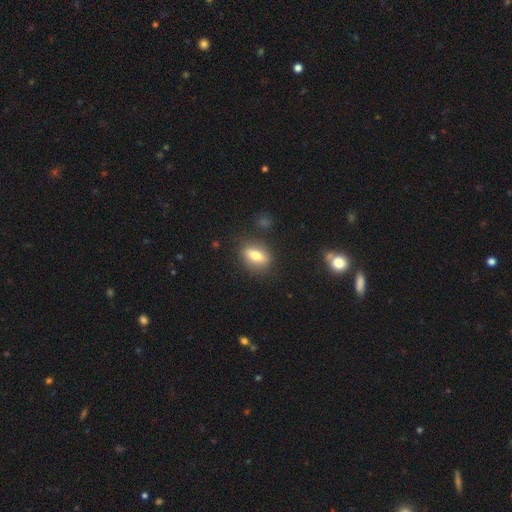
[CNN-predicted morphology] smooth-or-featured: smooth: 68% | featured or disk: 23% | star or artifact: 8%
  how-rounded: in between: 70% | round: 15% | cigar-shaped: 15%
  merging: none: 82% | minor disturbance: 12% | major disturbance: 4% | merger: 2%